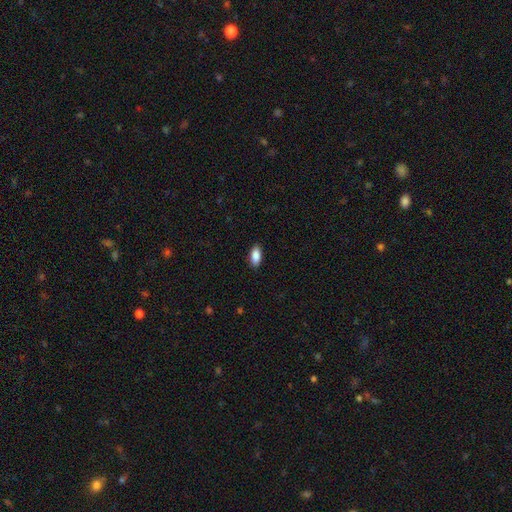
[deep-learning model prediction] A smooth galaxy with no disk features (89%) that is in between round and cigar-shaped (89%). Merging: none (89%).